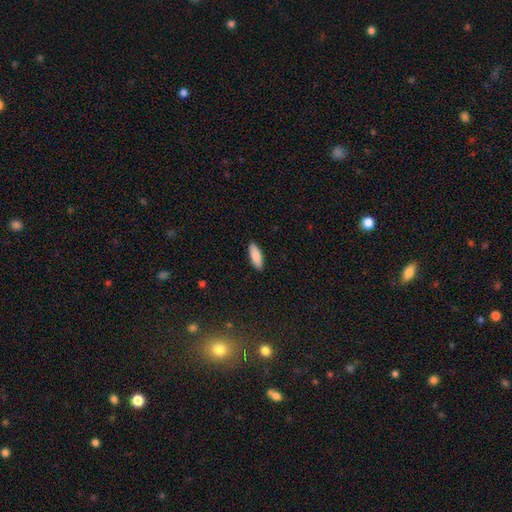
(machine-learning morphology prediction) Smooth or featured?
  - smooth: 87% *
  - featured or disk: 7%
  - star or artifact: 6%
How rounded?
  - in between: 68% *
  - cigar-shaped: 31%
  - round: 2%
Merging?
  - none: 90% *
  - minor disturbance: 7%
  - major disturbance: 2%
  - merger: 1%